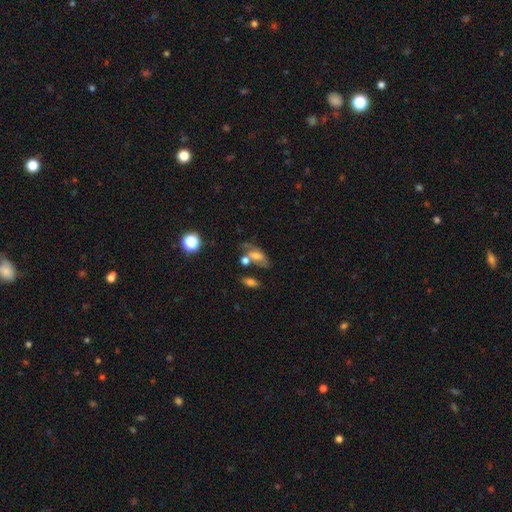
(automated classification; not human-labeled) Smooth or featured: smooth — 52% (featured or disk — 36%)
How rounded: in between — 82% (round — 9%)
Merging: none — 35% (merger — 27%)